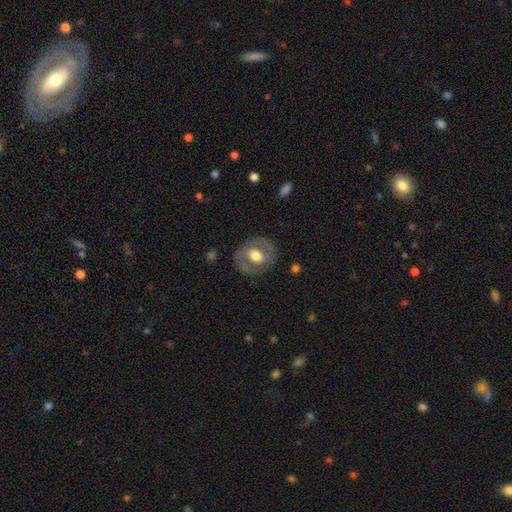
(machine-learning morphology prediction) A featured or disk galaxy (56%) with no bar (56%), no spiral arms (56%) and a moderate central bulge (55%).

Vote fractions:
- Smooth or featured? featured or disk: 56% / smooth: 38% / star or artifact: 6%
- Edge-on disk? no: 95% / yes: 5%
- Bar? no: 56% / weak: 31% / strong: 13%
- Spiral arms? no: 56% / yes: 44%
- Bulge size? moderate: 55% / large: 36% / small: 6% / dominant: 2% / none: 1%
- Merging? none: 80% / minor disturbance: 13% / major disturbance: 7% / merger: 1%